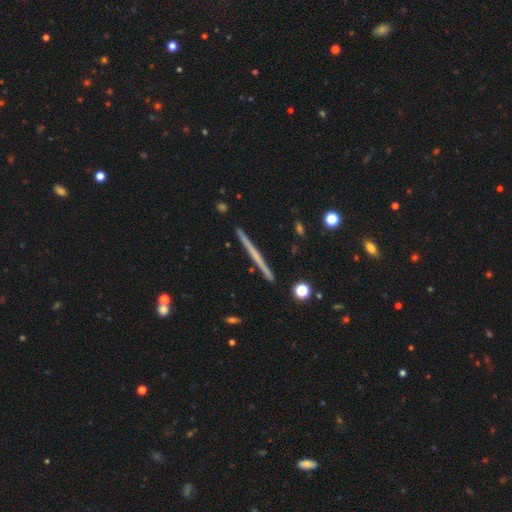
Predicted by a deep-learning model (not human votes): Smooth or featured? Predicted: featured or disk (p=0.61). Edge-on disk? Predicted: yes (p=0.98). Edge-on bulge? Predicted: none (p=0.83). Merging? Predicted: none (p=0.92).